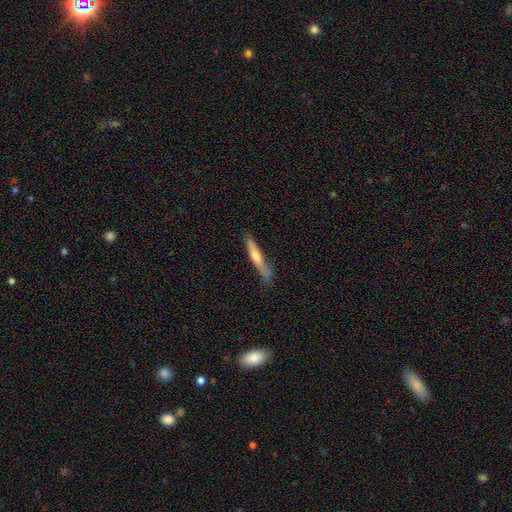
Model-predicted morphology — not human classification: This is possibly a featured or disk galaxy (52%). It is clearly viewed edge-on (93%). Merging: likely none (74%).